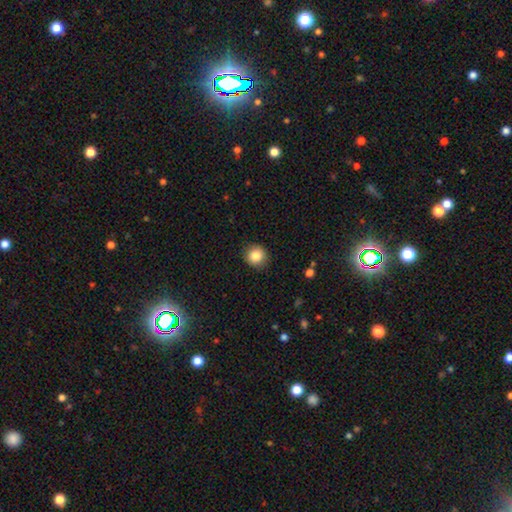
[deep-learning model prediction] This appears to be a smooth galaxy with no disk features (85%) that is round (90%). Merging: none (90%).